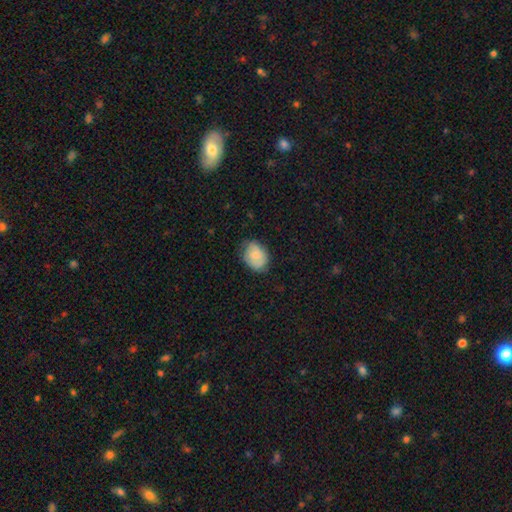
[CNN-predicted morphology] Smooth or featured? Predicted: smooth (p=0.72). How rounded? Predicted: in between (p=0.65). Merging? Predicted: none (p=0.70).